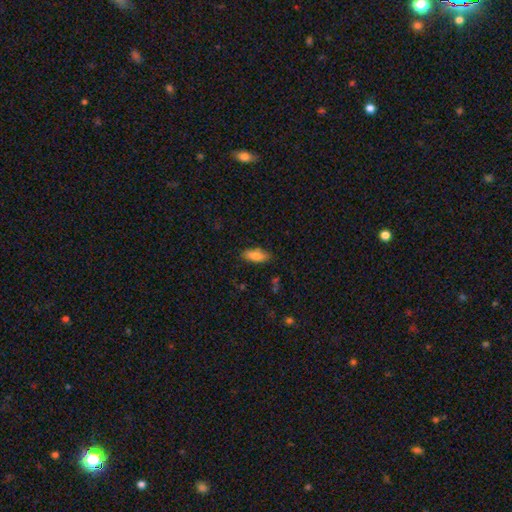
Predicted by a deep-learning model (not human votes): This appears to be a smooth galaxy with no disk features (83%) that is in between round and cigar-shaped (79%). Merging: none (82%).